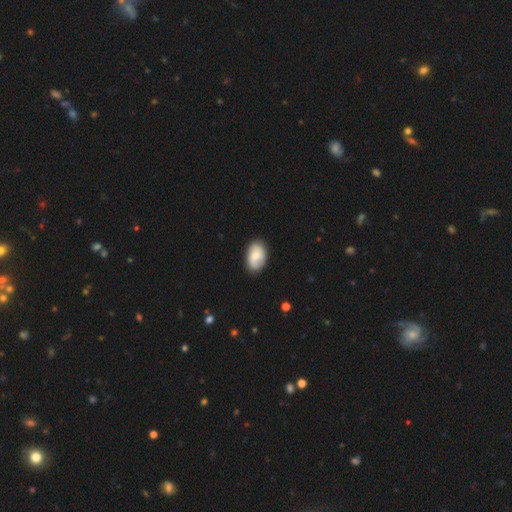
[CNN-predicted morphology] smooth_or_featured: smooth (p=0.65) [alt: featured or disk p=0.28]
how_rounded: in between (p=0.89) [alt: round p=0.10]
merging: none (p=0.83) [alt: minor disturbance p=0.13]